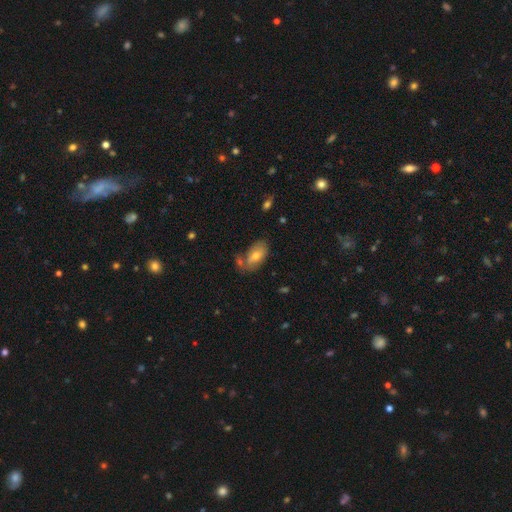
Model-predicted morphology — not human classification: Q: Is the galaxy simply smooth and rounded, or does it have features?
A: smooth — 66%.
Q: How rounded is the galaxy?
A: in between — 91%.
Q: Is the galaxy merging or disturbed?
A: none — 56%.